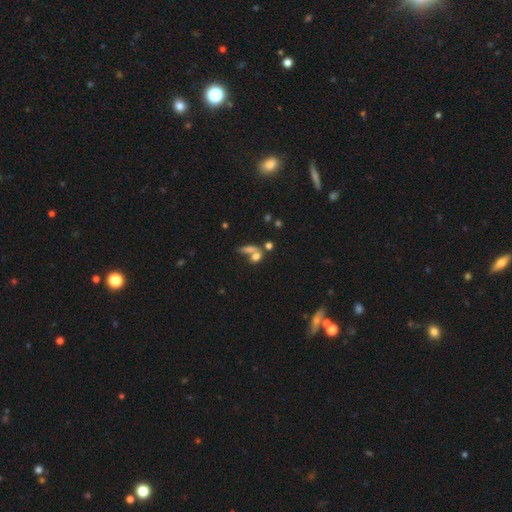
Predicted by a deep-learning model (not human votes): smooth 69%, featured or disk 17%, star or artifact 14%. Down the decision tree: how rounded — in between (50%); merging — merger (45%).